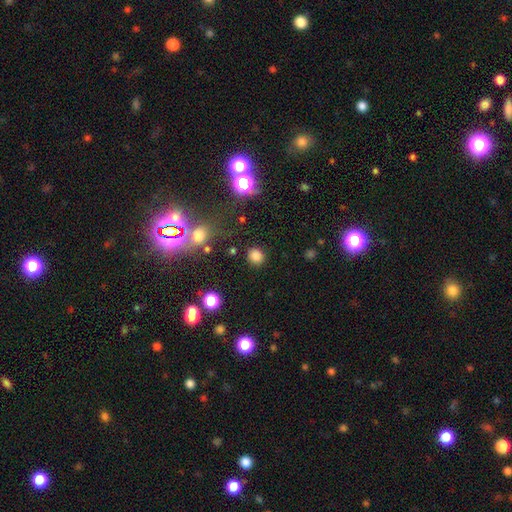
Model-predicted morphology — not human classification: This is likely a smooth galaxy (80%). How rounded: clearly round (83%). Merging: clearly none (87%).